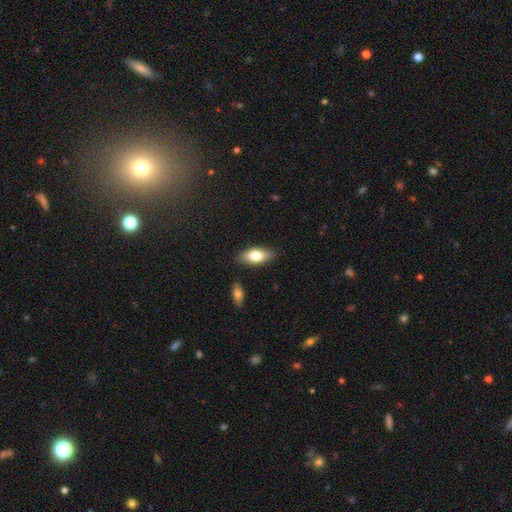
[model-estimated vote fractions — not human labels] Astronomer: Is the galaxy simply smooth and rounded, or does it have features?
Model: smooth — 75%.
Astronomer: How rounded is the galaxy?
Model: in between — 84%.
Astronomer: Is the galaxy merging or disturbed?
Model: none — 83%.